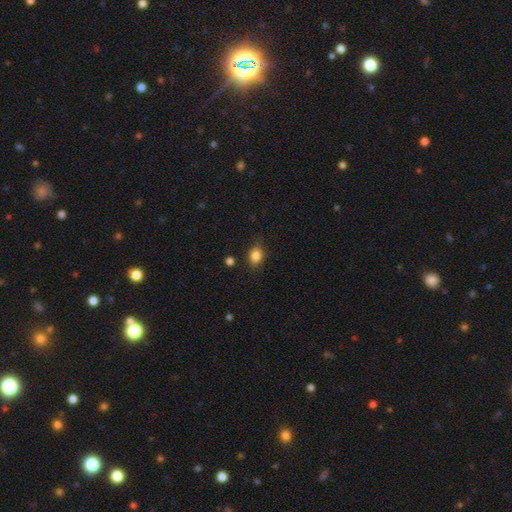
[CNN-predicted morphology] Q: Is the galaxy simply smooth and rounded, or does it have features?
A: smooth — 84%.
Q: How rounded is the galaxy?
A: in between — 61%.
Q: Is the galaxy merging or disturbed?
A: none — 81%.